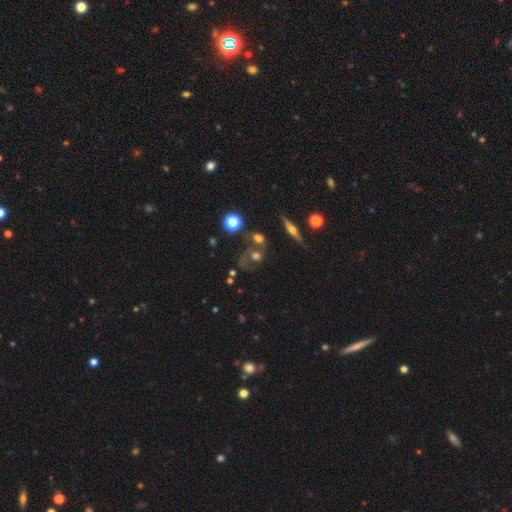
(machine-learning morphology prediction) Smooth or featured? Predicted: featured or disk (p=0.51). Edge-on disk? Predicted: no (p=0.84). Merging? Predicted: none (p=0.46).